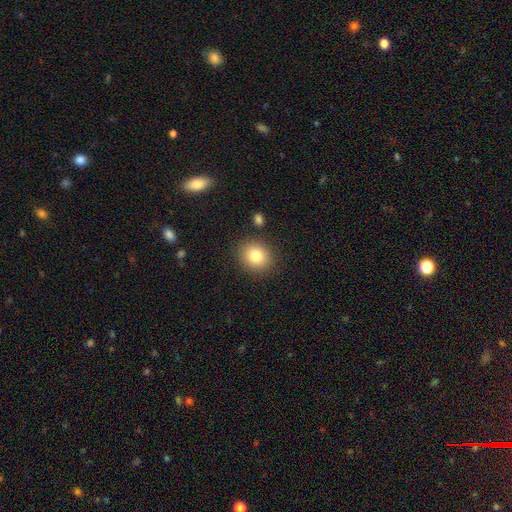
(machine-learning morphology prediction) Smooth or featured: smooth — 81% (star or artifact — 10%)
How rounded: round — 77% (in between — 22%)
Merging: none — 87% (minor disturbance — 8%)